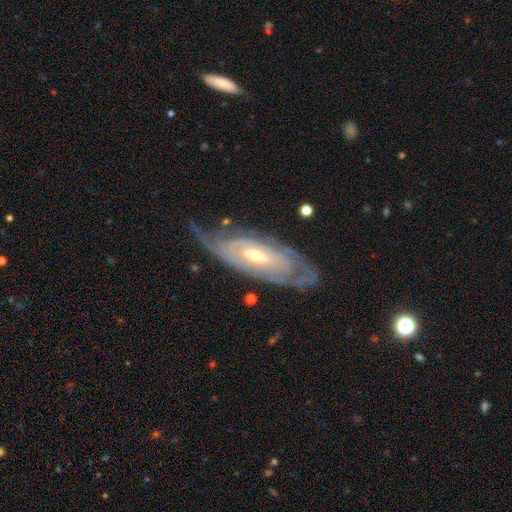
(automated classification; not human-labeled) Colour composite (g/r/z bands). It shows a featured or disk galaxy (84%) with no bar (43%), tight (69%) spiral arms (88%) and a moderate central bulge (57%). Merging: none (59%).